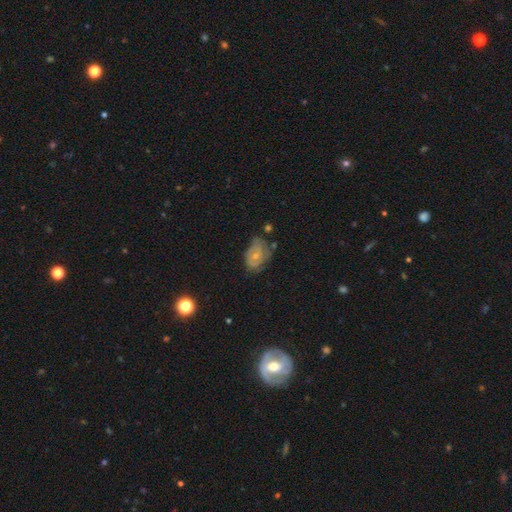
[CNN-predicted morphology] Smooth or featured? Predicted: featured or disk (p=0.61). Edge-on disk? Predicted: no (p=0.96). Bar? Predicted: no (p=0.74). Spiral arms? Predicted: yes (p=0.73). Bulge size? Predicted: small (p=0.57). Merging? Predicted: none (p=0.50).